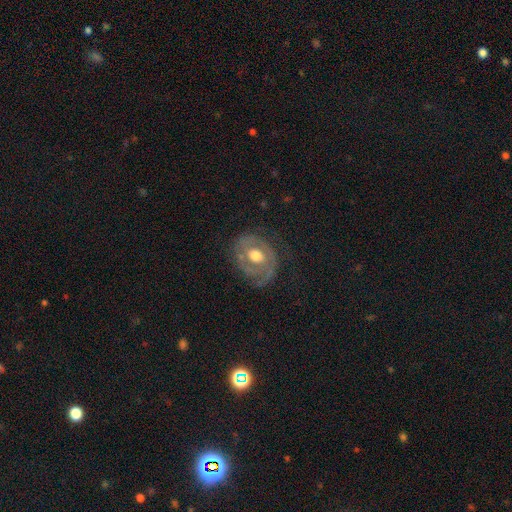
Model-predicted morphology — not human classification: Q: Smooth or featured?
A: featured or disk (74%); runner-up: smooth (20%)
Q: Edge-on disk?
A: no (96%); runner-up: yes (4%)
Q: Bar?
A: no (72%); runner-up: weak (22%)
Q: Spiral arms?
A: yes (70%); runner-up: no (30%)
Q: Spiral winding?
A: tight (57%); runner-up: medium (30%)
Q: Spiral arm count?
A: 2 (42%); runner-up: can't tell (26%)
Q: Bulge size?
A: moderate (68%); runner-up: large (23%)
Q: Merging?
A: none (66%); runner-up: minor disturbance (21%)